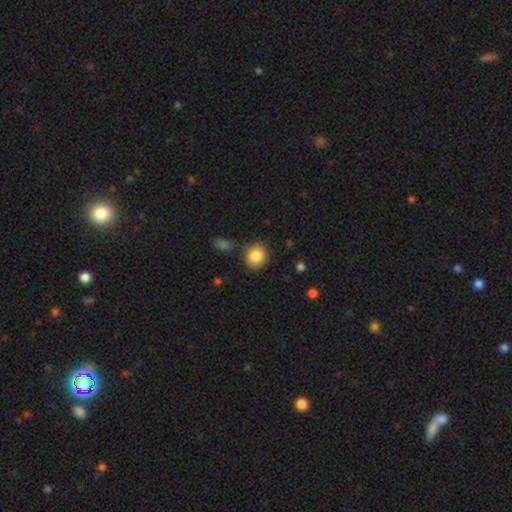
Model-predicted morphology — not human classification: Overall: smooth (85%). How rounded: round (80%). Merging: none (81%).